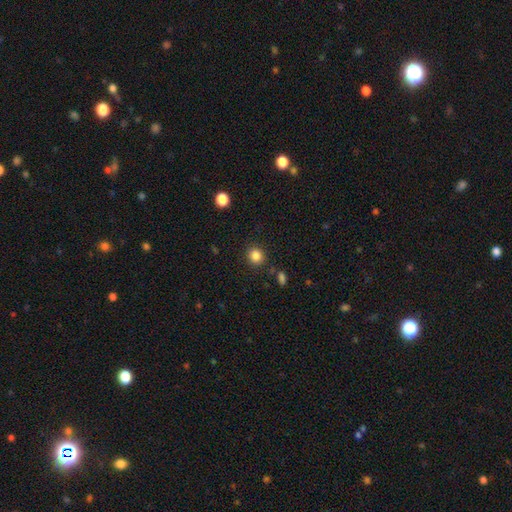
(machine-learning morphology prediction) Smooth or featured?
  - smooth: 85% *
  - star or artifact: 11%
  - featured or disk: 4%
How rounded?
  - round: 84% *
  - in between: 15%
  - cigar-shaped: 1%
Merging?
  - none: 88% *
  - minor disturbance: 7%
  - major disturbance: 3%
  - merger: 2%